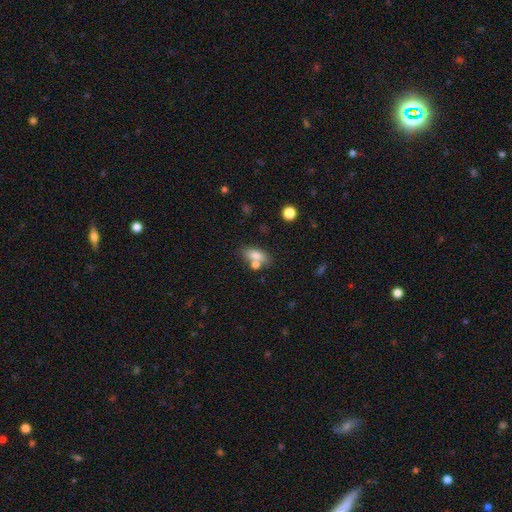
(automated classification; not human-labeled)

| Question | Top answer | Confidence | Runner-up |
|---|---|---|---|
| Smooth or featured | smooth | 77% | featured or disk (14%) |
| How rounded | in between | 81% | cigar-shaped (12%) |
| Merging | none | 57% | merger (25%) |